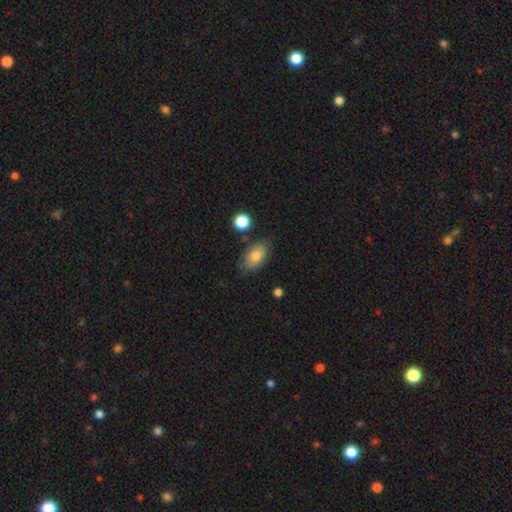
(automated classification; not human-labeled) This appears to be a smooth galaxy with no disk features (80%) that is in between round and cigar-shaped (90%). Merging: none (75%).